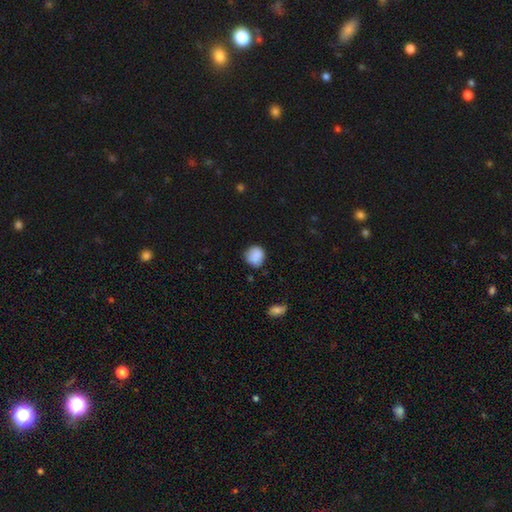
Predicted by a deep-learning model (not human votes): smooth_or_featured: smooth (p=0.86) [alt: star or artifact p=0.08]
how_rounded: round (p=0.82) [alt: in between p=0.17]
merging: none (p=0.74) [alt: minor disturbance p=0.21]